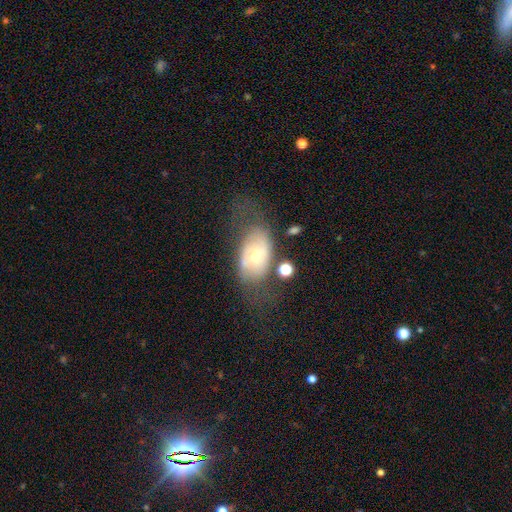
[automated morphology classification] The model was most divided on "smooth or featured": featured or disk: 51%, smooth: 40%, star or artifact: 9%. Remaining: edge-on disk — no (92%); merging — none (42%).